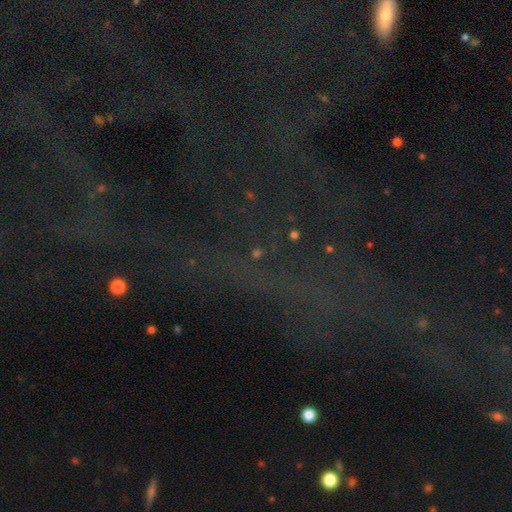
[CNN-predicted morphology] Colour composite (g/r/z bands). It shows a star or artifact, not a galaxy (74%).